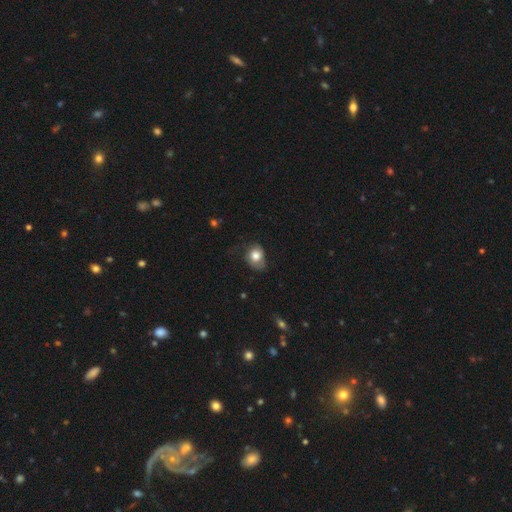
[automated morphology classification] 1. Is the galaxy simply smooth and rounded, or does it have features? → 77% smooth, 15% featured or disk, 8% star or artifact.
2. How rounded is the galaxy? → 50% in between, 49% round, 1% cigar-shaped.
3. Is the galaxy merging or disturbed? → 49% none, 34% minor disturbance, 15% major disturbance, 2% merger.